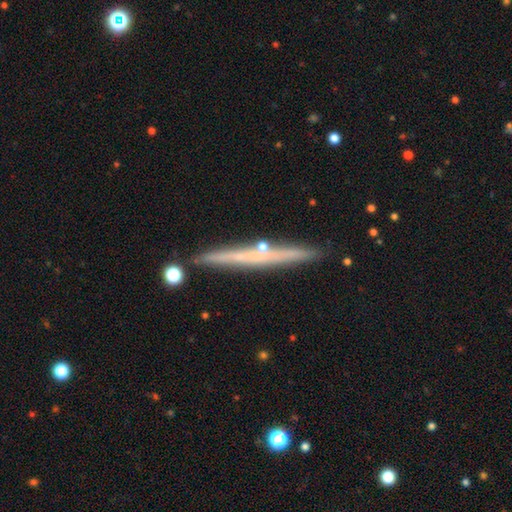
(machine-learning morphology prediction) The model was most divided on "smooth or featured": featured or disk: 64%, smooth: 30%, star or artifact: 7%. More confident: edge-on disk — yes (97%); merging — none (87%); edge-on bulge — none (75%).